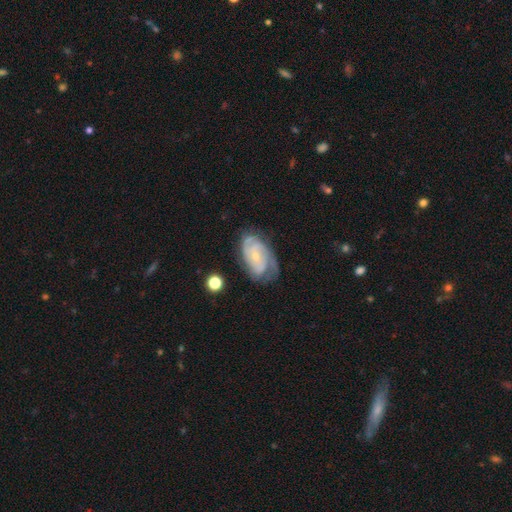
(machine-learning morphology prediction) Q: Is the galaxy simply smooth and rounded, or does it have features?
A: featured or disk — 82%.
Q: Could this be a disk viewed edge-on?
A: no — 96%.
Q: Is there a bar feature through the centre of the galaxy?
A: no — 65%.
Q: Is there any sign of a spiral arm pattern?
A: yes — 95%.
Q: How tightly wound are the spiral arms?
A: tight — 59%.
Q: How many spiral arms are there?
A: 2 — 37%.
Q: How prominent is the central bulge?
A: small — 71%.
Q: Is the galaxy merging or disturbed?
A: none — 67%.